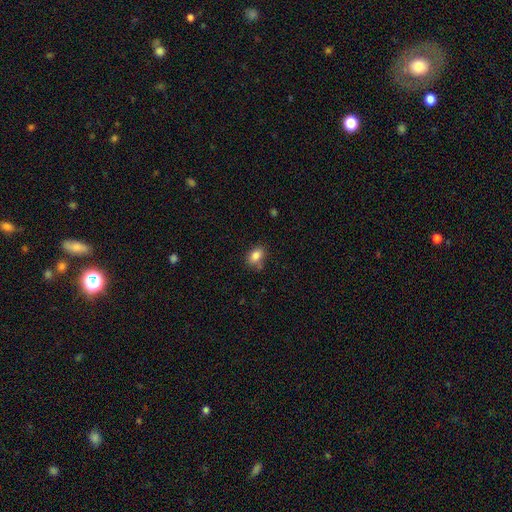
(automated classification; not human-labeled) The model was most divided on "merging": none: 71%, minor disturbance: 18%, merger: 7%, major disturbance: 4%. More confident: smooth or featured — smooth (83%); how rounded — in between (82%).